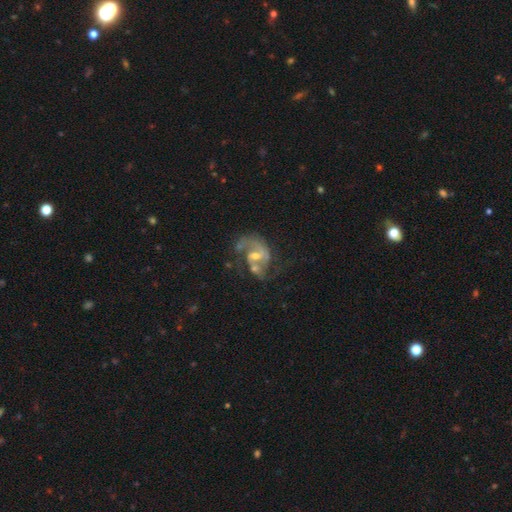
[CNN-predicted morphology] This appears to be a featured or disk galaxy (83%) with a weak bar (47%), 2 (68%) medium (48%) spiral arms (89%) and a moderate central bulge (53%). Merging: none (38%).